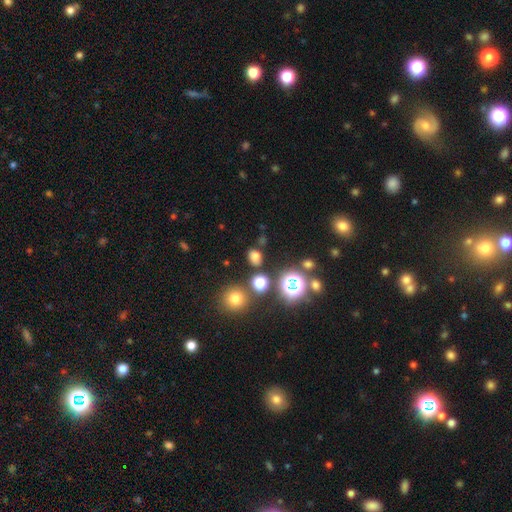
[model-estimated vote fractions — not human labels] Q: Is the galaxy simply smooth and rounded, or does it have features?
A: smooth — 68%.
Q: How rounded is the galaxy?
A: in between — 51%.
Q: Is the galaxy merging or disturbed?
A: none — 77%.